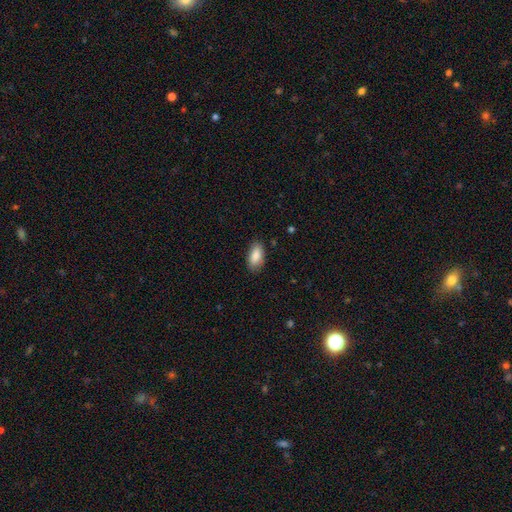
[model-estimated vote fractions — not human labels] Overall: smooth (87%). How rounded: in between (92%). Merging: none (83%).